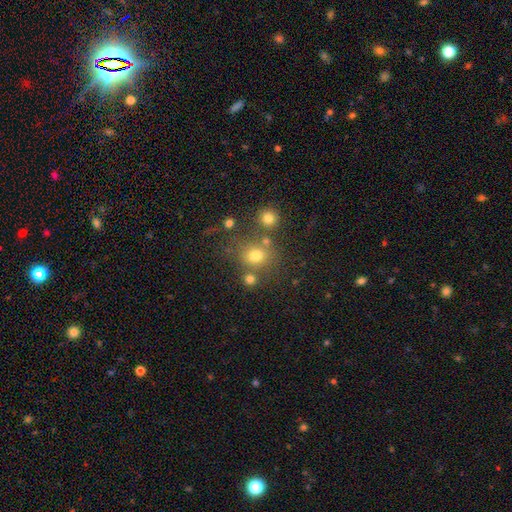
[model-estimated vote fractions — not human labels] The model was most divided on "merging": none: 65%, merger: 17%, minor disturbance: 12%, major disturbance: 6%. More confident: how rounded — round (79%); smooth or featured — smooth (72%).